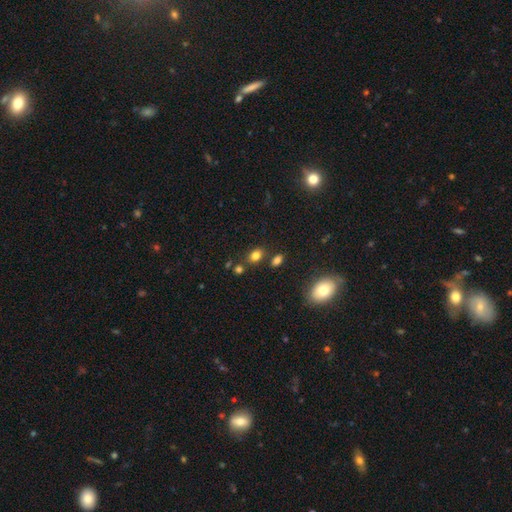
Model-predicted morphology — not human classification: smooth_or_featured: smooth (p=0.79) [alt: star or artifact p=0.14]
how_rounded: in between (p=0.65) [alt: round p=0.34]
merging: none (p=0.73) [alt: minor disturbance p=0.12]